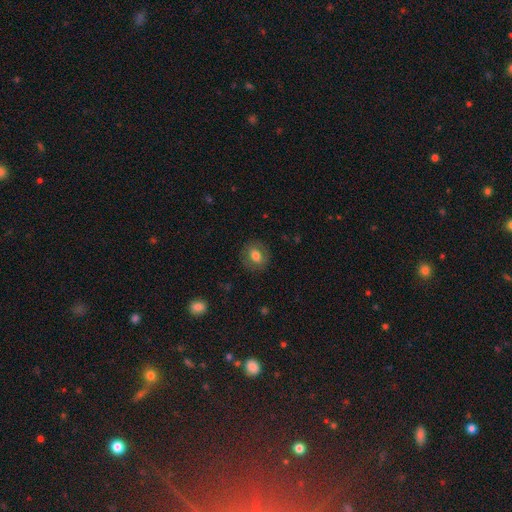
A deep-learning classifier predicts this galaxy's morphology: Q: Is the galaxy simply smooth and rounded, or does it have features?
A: smooth — 69%.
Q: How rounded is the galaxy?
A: round — 60%.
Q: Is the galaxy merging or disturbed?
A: none — 84%.